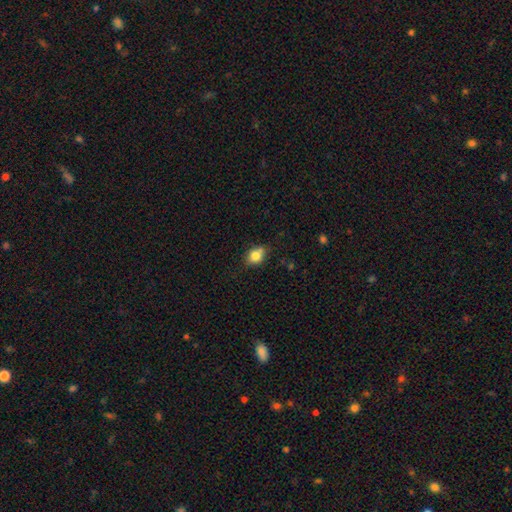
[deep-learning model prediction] A smooth galaxy with no disk features (80%) that is in between round and cigar-shaped (54%).

Vote fractions:
- Smooth or featured? smooth: 80% / star or artifact: 10% / featured or disk: 10%
- How rounded? in between: 54% / round: 44% / cigar-shaped: 2%
- Merging? none: 71% / minor disturbance: 22% / major disturbance: 4% / merger: 3%